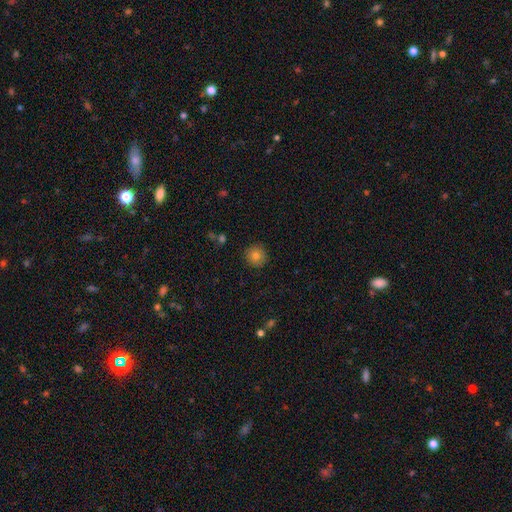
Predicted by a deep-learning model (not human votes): A smooth galaxy with no disk features (80%) that is round (95%). Merging: none (91%).